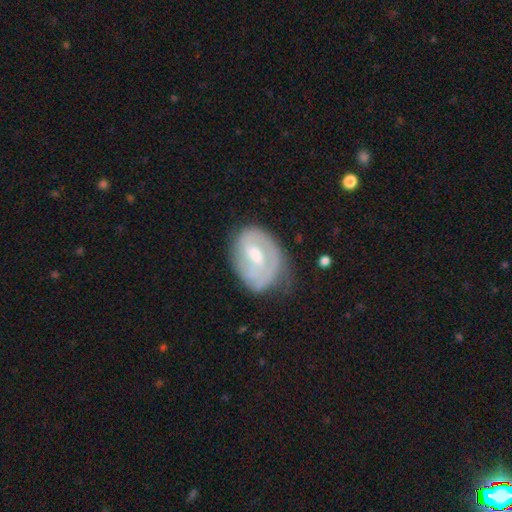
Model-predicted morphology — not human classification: Q: Smooth or featured?
A: featured or disk (67%); runner-up: smooth (27%)
Q: Edge-on disk?
A: no (96%); runner-up: yes (4%)
Q: Bar?
A: weak (51%); runner-up: no (34%)
Q: Spiral arms?
A: yes (74%); runner-up: no (26%)
Q: Bulge size?
A: moderate (57%); runner-up: small (28%)
Q: Merging?
A: none (51%); runner-up: minor disturbance (31%)